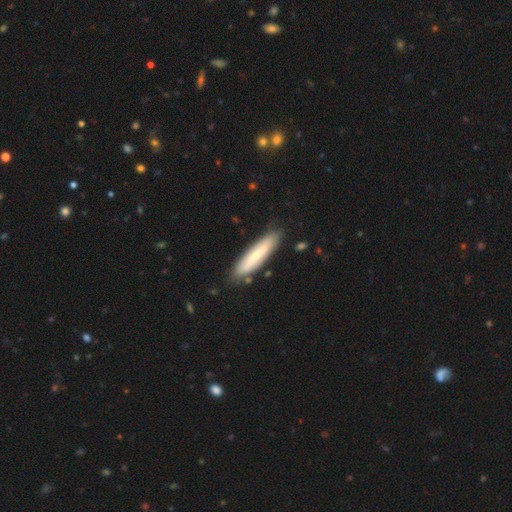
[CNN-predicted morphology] type=smooth (60%); roundness=cigar-shaped (80%); merging=none (83%).